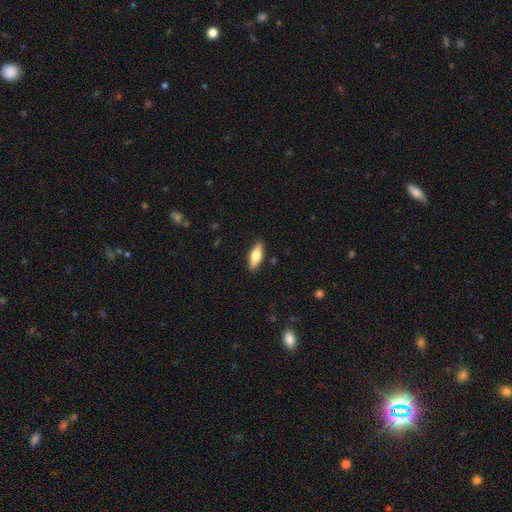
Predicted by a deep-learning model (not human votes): Smooth or featured? Predicted: smooth (p=0.65). How rounded? Predicted: in between (p=0.68). Merging? Predicted: none (p=0.89).